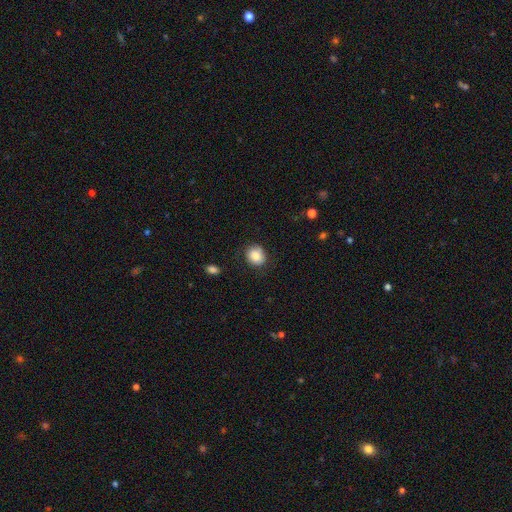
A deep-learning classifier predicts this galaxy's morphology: Smooth or featured? Predicted: smooth (p=0.85). How rounded? Predicted: round (p=0.71). Merging? Predicted: none (p=0.80).